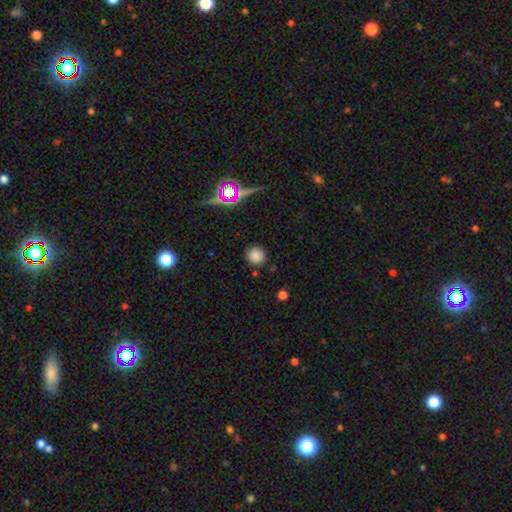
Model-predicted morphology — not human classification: Smooth or featured?
  - smooth: 80% *
  - star or artifact: 15%
  - featured or disk: 5%
How rounded?
  - round: 93% *
  - in between: 6%
  - cigar-shaped: 1%
Merging?
  - none: 87% *
  - minor disturbance: 8%
  - merger: 3%
  - major disturbance: 3%